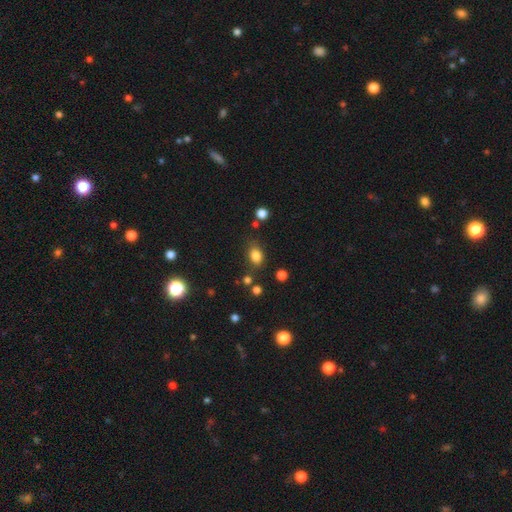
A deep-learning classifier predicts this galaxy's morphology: Smooth or featured?
  - smooth: 82% *
  - star or artifact: 12%
  - featured or disk: 6%
How rounded?
  - in between: 71% *
  - round: 28%
  - cigar-shaped: 2%
Merging?
  - none: 72% *
  - minor disturbance: 17%
  - major disturbance: 5%
  - merger: 5%